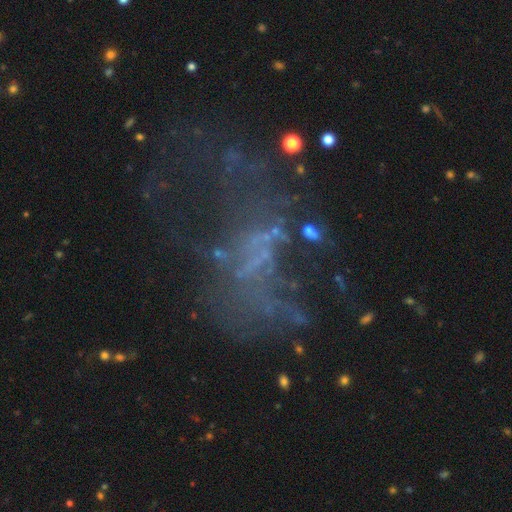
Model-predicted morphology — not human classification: featured or disk 49%, star or artifact 34%, smooth 18%. Down the decision tree: merging — major disturbance (45%).